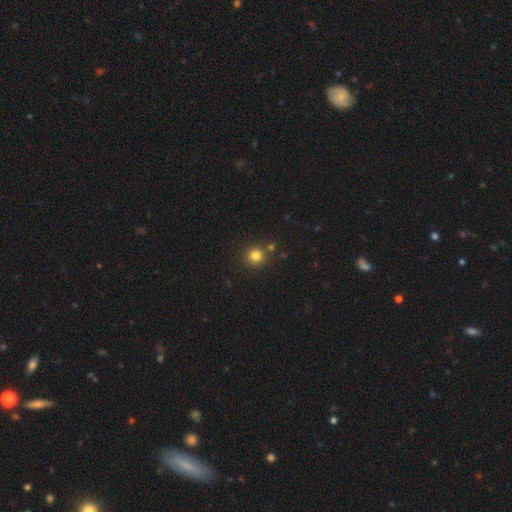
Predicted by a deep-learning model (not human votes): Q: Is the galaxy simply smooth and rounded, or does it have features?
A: smooth — 80%.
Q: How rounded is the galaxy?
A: round — 92%.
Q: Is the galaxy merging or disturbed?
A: none — 82%.